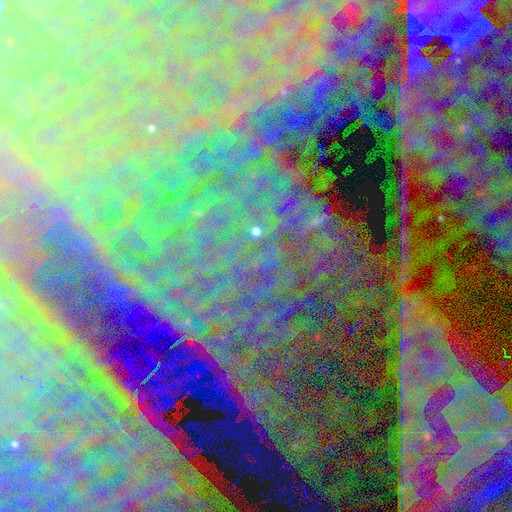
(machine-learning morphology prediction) type=star or artifact (85%).